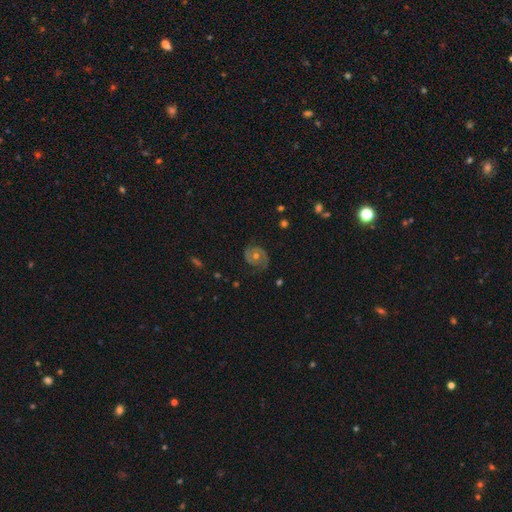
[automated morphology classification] A featured or disk galaxy (78%) with no bar (74%), 2 (80%) tight (47%) spiral arms (93%) and a moderate central bulge (61%).

Vote fractions:
- Smooth or featured? featured or disk: 78% / smooth: 12% / star or artifact: 10%
- Edge-on disk? no: 97% / yes: 3%
- Bar? no: 74% / weak: 21% / strong: 4%
- Spiral arms? yes: 93% / no: 7%
- Spiral winding? tight: 47% / medium: 42% / loose: 11%
- Spiral arm count? 2: 80% / can't tell: 9% / 1: 5% / 3: 3% / 4: 2% / more than 4: 2%
- Bulge size? moderate: 61% / small: 34% / large: 3% / none: 1% / dominant: 1%
- Merging? none: 79% / minor disturbance: 14% / major disturbance: 6% / merger: 1%